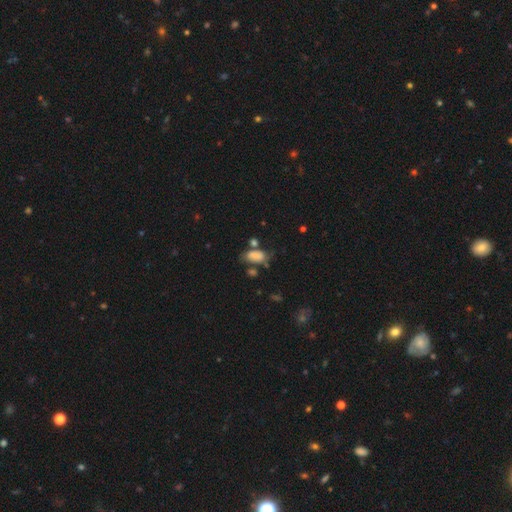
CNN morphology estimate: A smooth galaxy with no disk features (79%) that is in between round and cigar-shaped (89%). Merging: none (46%).